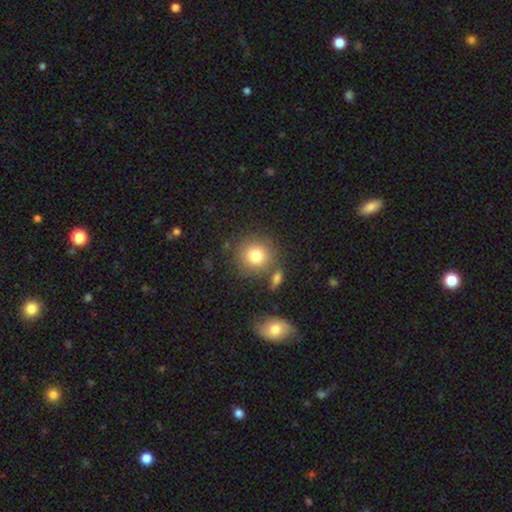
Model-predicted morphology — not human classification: Overall: smooth (80%). How rounded: round (90%). Merging: none (75%).